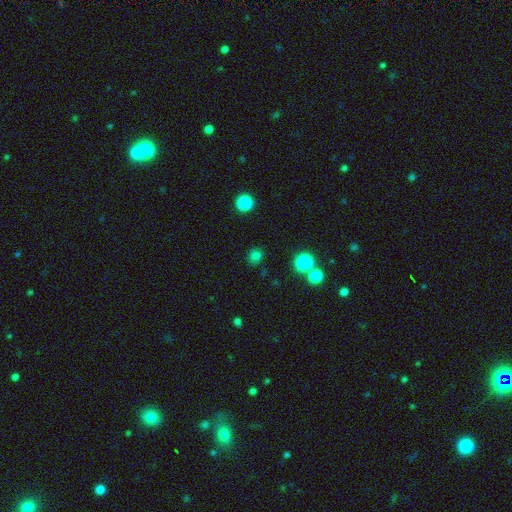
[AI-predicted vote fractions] A smooth galaxy with no disk features (75%) that is round (79%).

Vote fractions:
- Smooth or featured? smooth: 75% / star or artifact: 20% / featured or disk: 5%
- How rounded? round: 79% / in between: 20% / cigar-shaped: 1%
- Merging? none: 83% / minor disturbance: 10% / merger: 4% / major disturbance: 3%